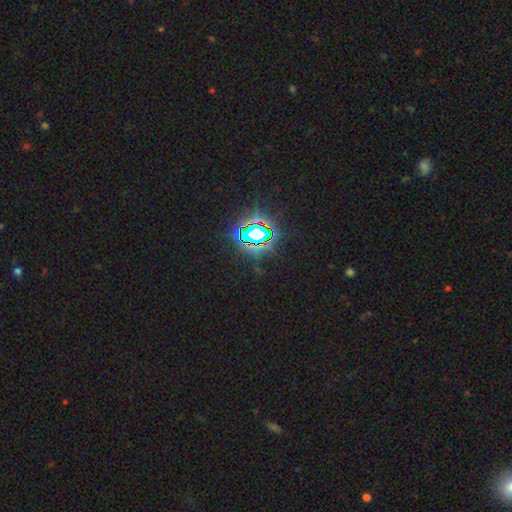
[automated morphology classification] A star or artifact, not a galaxy (83%).